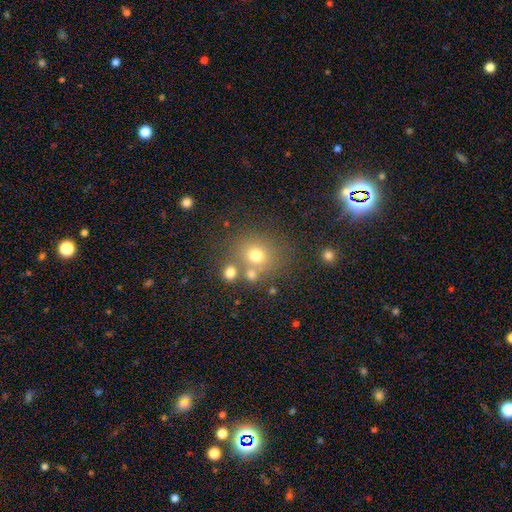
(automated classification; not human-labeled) Morphology: type=smooth (70%); roundness=round (80%); merging=none (67%).